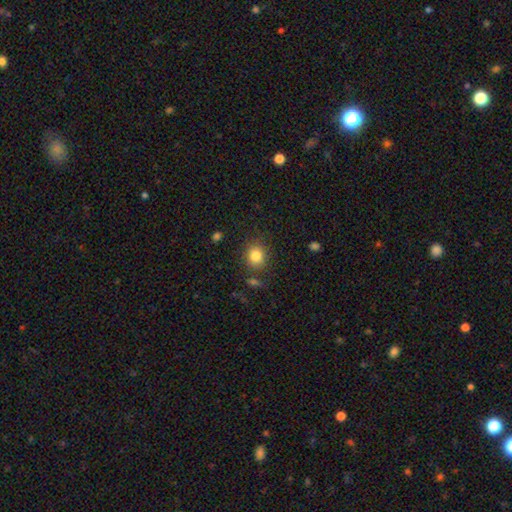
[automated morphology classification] smooth-or-featured: smooth: 83% | star or artifact: 11% | featured or disk: 6%
  how-rounded: round: 72% | in between: 27% | cigar-shaped: 1%
  merging: none: 81% | minor disturbance: 11% | merger: 4% | major disturbance: 4%